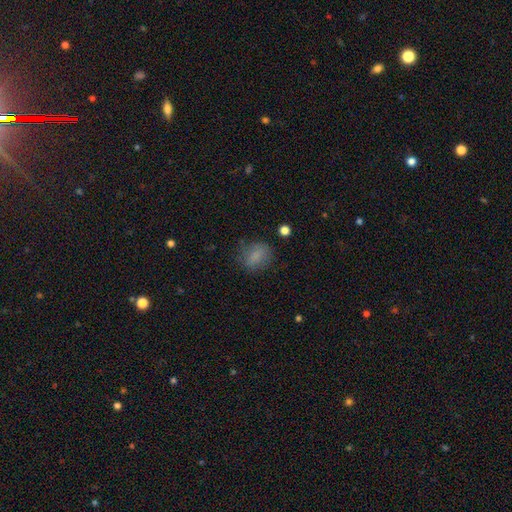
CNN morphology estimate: Smooth or featured? Predicted: smooth (p=0.80). How rounded? Predicted: in between (p=0.55). Merging? Predicted: none (p=0.73).